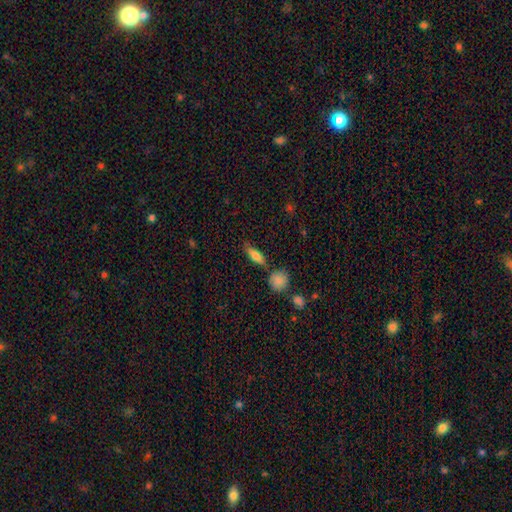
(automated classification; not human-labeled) A smooth galaxy with no disk features (67%) that is in between round and cigar-shaped (51%).

Vote fractions:
- Smooth or featured? smooth: 67% / featured or disk: 25% / star or artifact: 8%
- How rounded? in between: 51% / cigar-shaped: 44% / round: 4%
- Merging? none: 76% / minor disturbance: 14% / merger: 6% / major disturbance: 4%